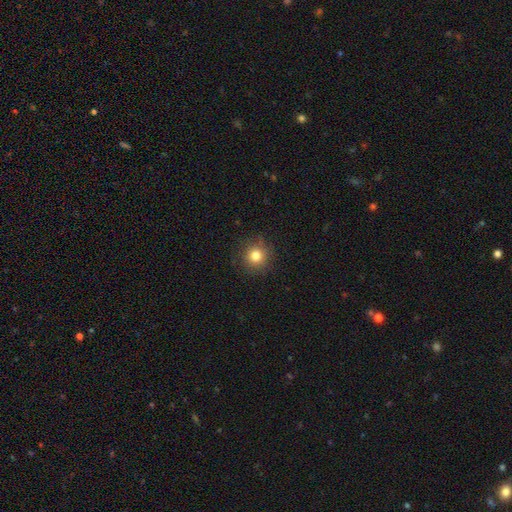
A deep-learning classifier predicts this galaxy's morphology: Smooth or featured?
  - smooth: 81% *
  - star or artifact: 12%
  - featured or disk: 7%
How rounded?
  - round: 93% *
  - in between: 6%
  - cigar-shaped: 1%
Merging?
  - none: 87% *
  - minor disturbance: 9%
  - major disturbance: 3%
  - merger: 1%